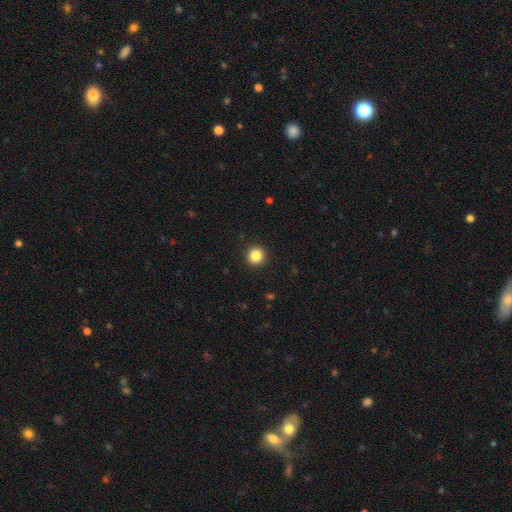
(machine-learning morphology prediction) smooth-or-featured: smooth: 85% | star or artifact: 11% | featured or disk: 5%
  how-rounded: round: 94% | in between: 5% | cigar-shaped: 1%
  merging: none: 93% | minor disturbance: 4% | major disturbance: 2% | merger: 1%